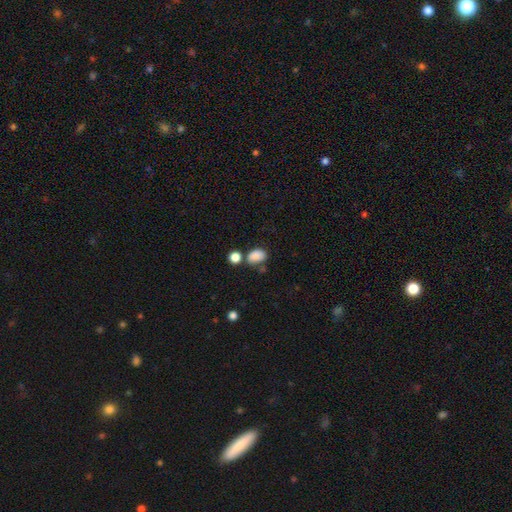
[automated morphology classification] Smooth or featured? Predicted: smooth (p=0.86). How rounded? Predicted: in between (p=0.81). Merging? Predicted: none (p=0.59).